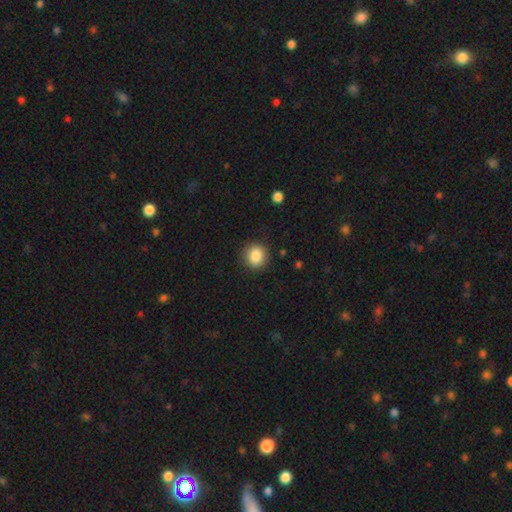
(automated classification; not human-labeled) Morphology: type=smooth (86%); roundness=round (87%); merging=none (89%).